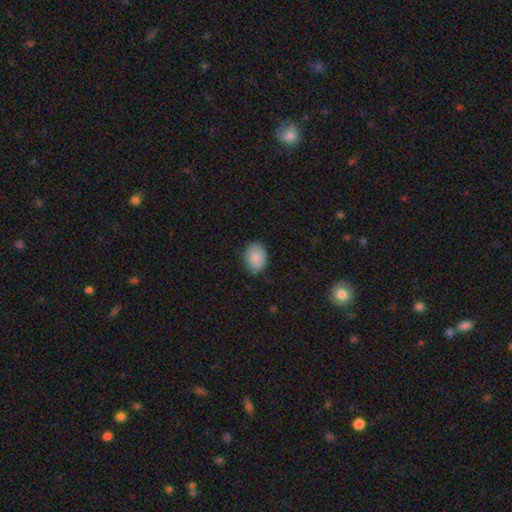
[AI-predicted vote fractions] A smooth galaxy with no disk features (88%) that is in between round and cigar-shaped (71%).

Vote fractions:
- Smooth or featured? smooth: 88% / star or artifact: 7% / featured or disk: 5%
- How rounded? in between: 71% / round: 28% / cigar-shaped: 1%
- Merging? none: 77% / minor disturbance: 19% / major disturbance: 3% / merger: 1%